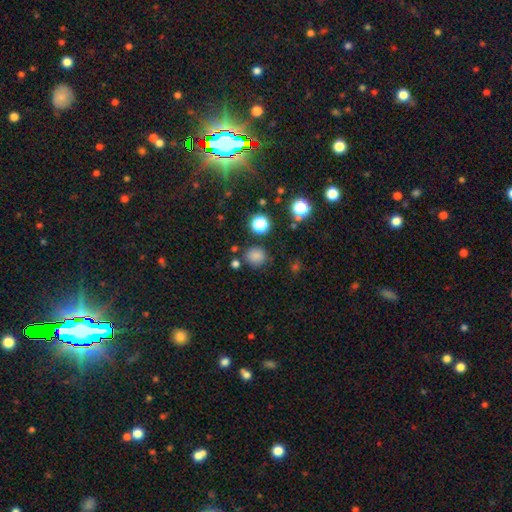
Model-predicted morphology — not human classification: Smooth or featured?
  - smooth: 78% *
  - star or artifact: 17%
  - featured or disk: 5%
How rounded?
  - round: 85% *
  - in between: 14%
  - cigar-shaped: 1%
Merging?
  - none: 79% *
  - minor disturbance: 12%
  - merger: 5%
  - major disturbance: 4%